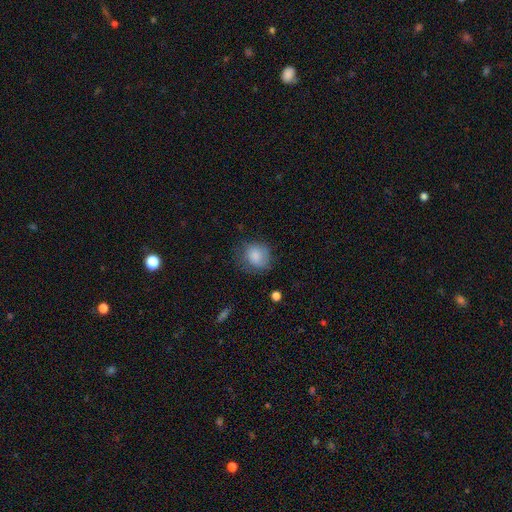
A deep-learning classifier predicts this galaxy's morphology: Overall: smooth (81%). How rounded: round (72%). Merging: none (62%; minor disturbance 26%).